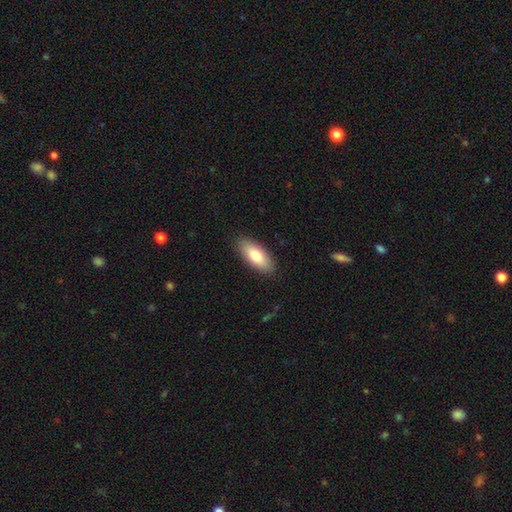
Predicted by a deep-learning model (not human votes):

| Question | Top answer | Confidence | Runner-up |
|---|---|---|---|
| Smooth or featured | smooth | 80% | featured or disk (15%) |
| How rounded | in between | 81% | cigar-shaped (17%) |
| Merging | none | 88% | minor disturbance (9%) |